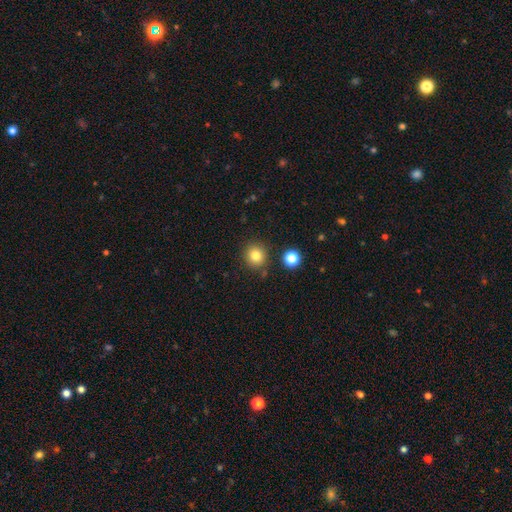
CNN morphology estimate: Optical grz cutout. It shows a smooth galaxy with no disk features (81%) that is round (92%). Merging: none (87%).